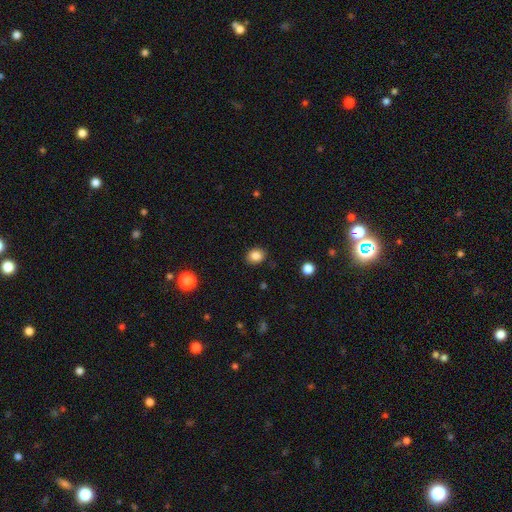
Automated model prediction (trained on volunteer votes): This is clearly a smooth galaxy (85%). How rounded: likely round (61%). Merging: clearly none (88%).